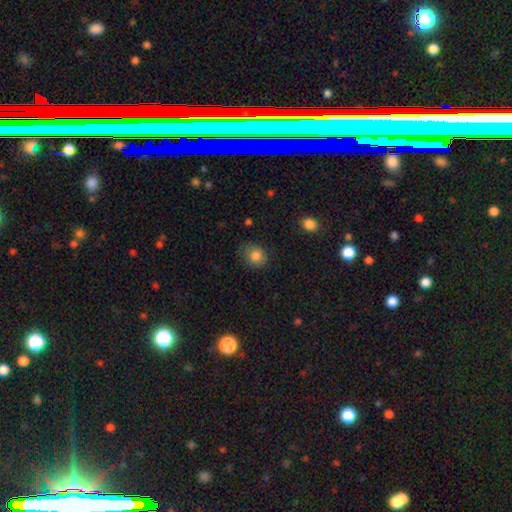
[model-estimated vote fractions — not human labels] smooth 83%, star or artifact 9%, featured or disk 8%. Down the decision tree: how rounded — round (66%); merging — none (70%).